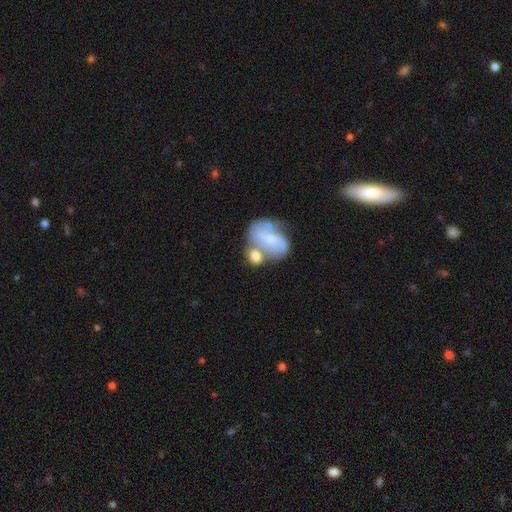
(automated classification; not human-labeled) smooth 51%, featured or disk 41%, star or artifact 8%. Down the decision tree: how rounded — in between (57%); merging — merger (48%).